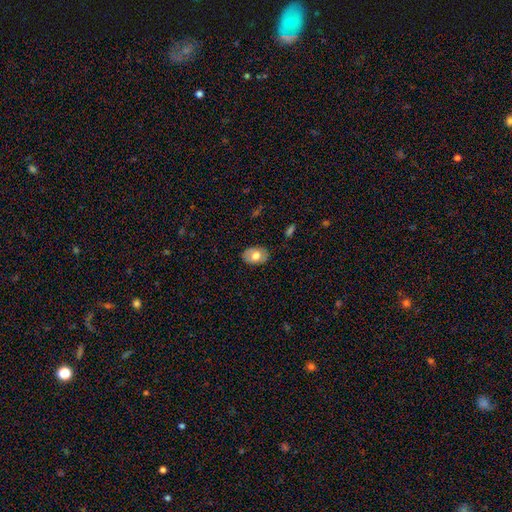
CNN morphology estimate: smooth-or-featured: smooth: 66% | featured or disk: 27% | star or artifact: 7%
  how-rounded: in between: 83% | round: 16% | cigar-shaped: 1%
  merging: none: 82% | minor disturbance: 14% | major disturbance: 3% | merger: 1%